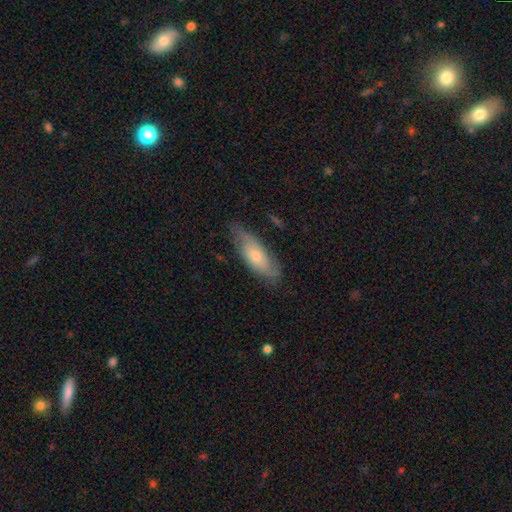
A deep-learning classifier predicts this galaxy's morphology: A smooth galaxy with no disk features (55%) that is in between round and cigar-shaped (64%).

Vote fractions:
- Smooth or featured? smooth: 55% / featured or disk: 39% / star or artifact: 6%
- How rounded? in between: 64% / cigar-shaped: 34% / round: 2%
- Merging? none: 72% / minor disturbance: 22% / major disturbance: 5% / merger: 1%